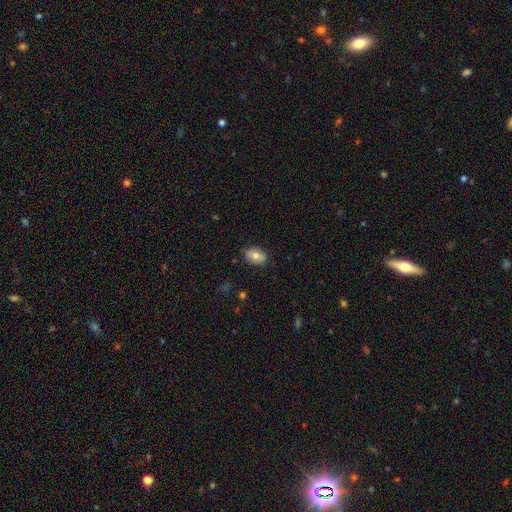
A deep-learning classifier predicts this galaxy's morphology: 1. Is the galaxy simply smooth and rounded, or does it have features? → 75% smooth, 17% featured or disk, 8% star or artifact.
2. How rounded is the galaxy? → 77% in between, 22% round, 1% cigar-shaped.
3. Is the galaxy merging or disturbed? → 82% none, 14% minor disturbance, 3% major disturbance, 1% merger.